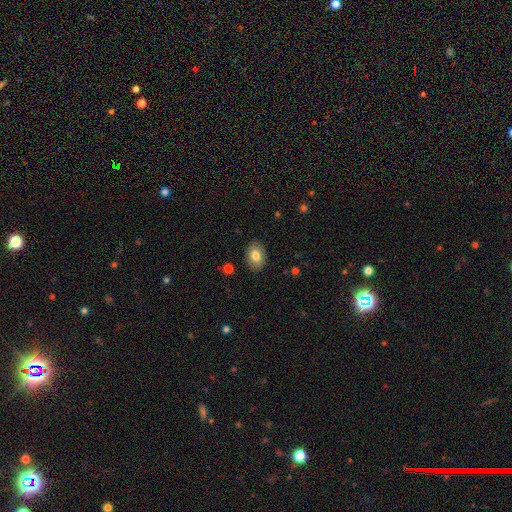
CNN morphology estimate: smooth-or-featured: smooth: 80% | featured or disk: 12% | star or artifact: 8%
  how-rounded: in between: 82% | round: 17% | cigar-shaped: 1%
  merging: none: 87% | minor disturbance: 9% | major disturbance: 2% | merger: 1%